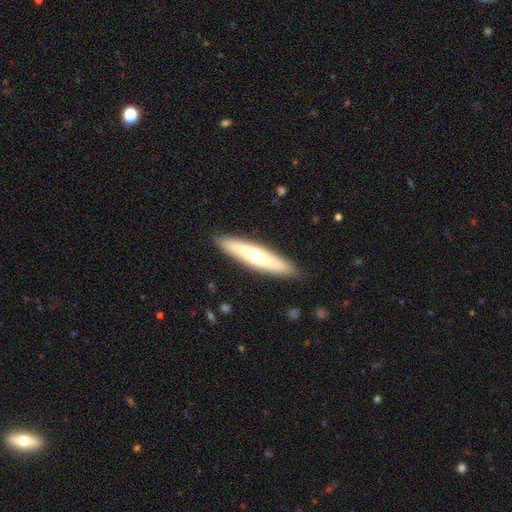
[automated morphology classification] A smooth galaxy with no disk features (51%) that is cigar-shaped (81%).

Vote fractions:
- Smooth or featured? smooth: 51% / featured or disk: 43% / star or artifact: 5%
- How rounded? cigar-shaped: 81% / in between: 17% / round: 2%
- Merging? none: 88% / minor disturbance: 9% / major disturbance: 2% / merger: 1%